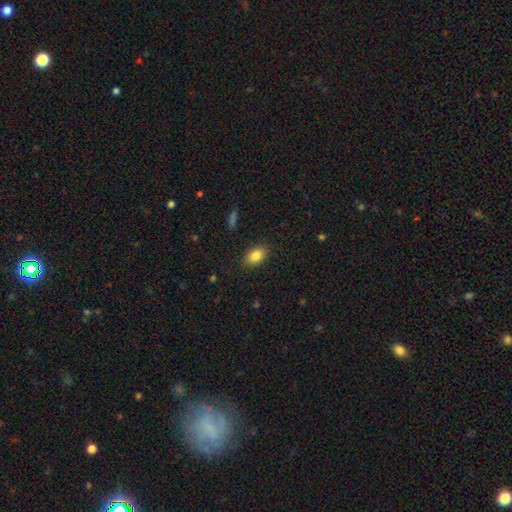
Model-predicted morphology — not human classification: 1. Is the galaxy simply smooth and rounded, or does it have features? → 85% smooth, 9% star or artifact, 6% featured or disk.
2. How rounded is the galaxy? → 82% in between, 17% round, 2% cigar-shaped.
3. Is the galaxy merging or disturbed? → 87% none, 10% minor disturbance, 3% major disturbance, 1% merger.